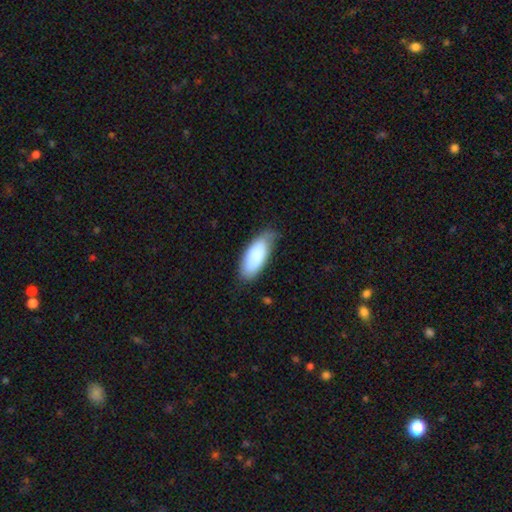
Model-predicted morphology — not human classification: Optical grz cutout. It shows a smooth galaxy with no disk features (84%) that is in between round and cigar-shaped (85%). Merging: none (60%).